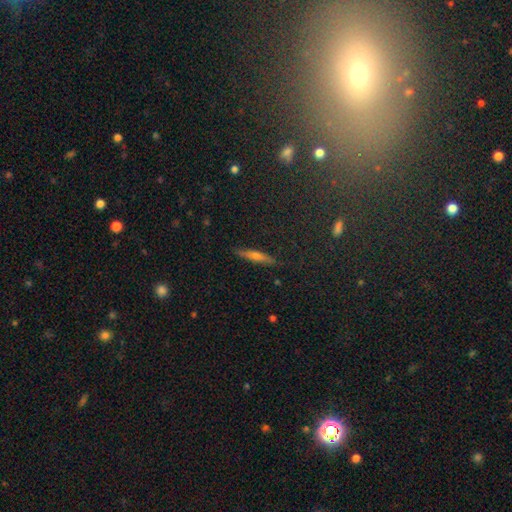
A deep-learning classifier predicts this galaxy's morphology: Q: Smooth or featured?
A: featured or disk (49%); runner-up: smooth (40%)
Q: Merging?
A: none (88%); runner-up: minor disturbance (9%)